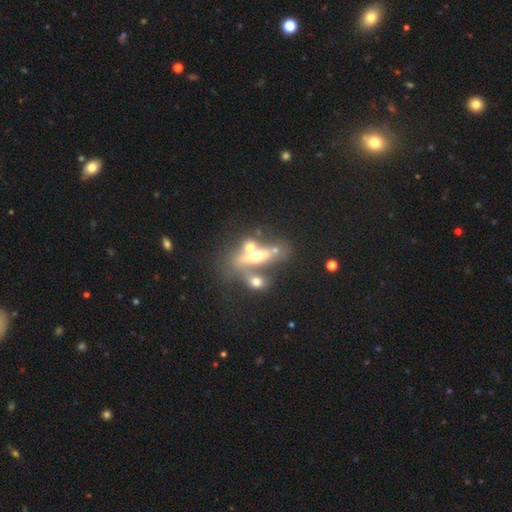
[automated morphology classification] featured or disk 56%, smooth 34%, star or artifact 10%. Down the decision tree: edge-on disk — yes (56%); merging — merger (49%).